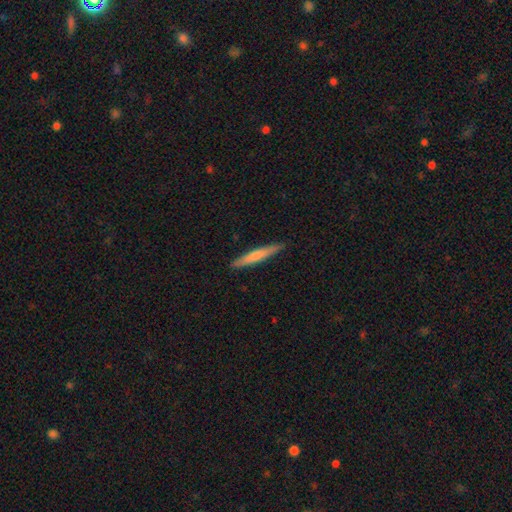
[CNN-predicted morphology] Q: Smooth or featured?
A: smooth (66%); runner-up: featured or disk (29%)
Q: How rounded?
A: cigar-shaped (95%); runner-up: in between (4%)
Q: Merging?
A: none (90%); runner-up: minor disturbance (7%)